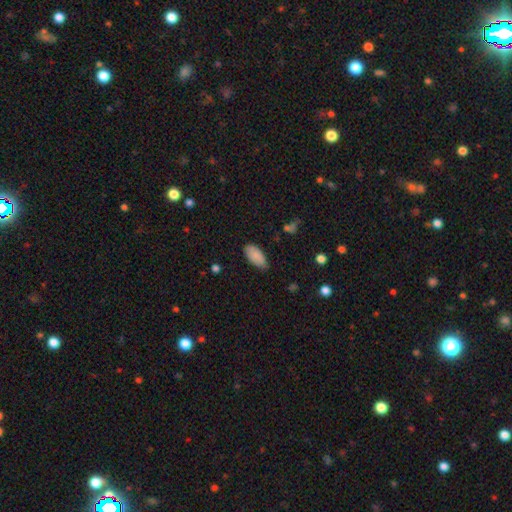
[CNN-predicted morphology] The model was most divided on "merging": none: 76%, minor disturbance: 19%, major disturbance: 3%, merger: 1%. More confident: how rounded — in between (93%); smooth or featured — smooth (88%).